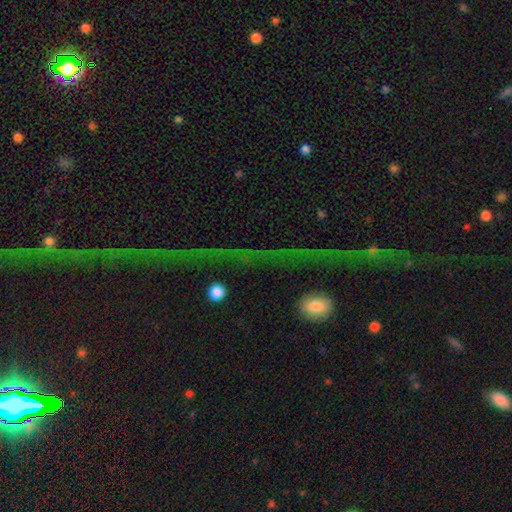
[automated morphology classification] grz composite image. It shows a star or artifact, not a galaxy (62%).